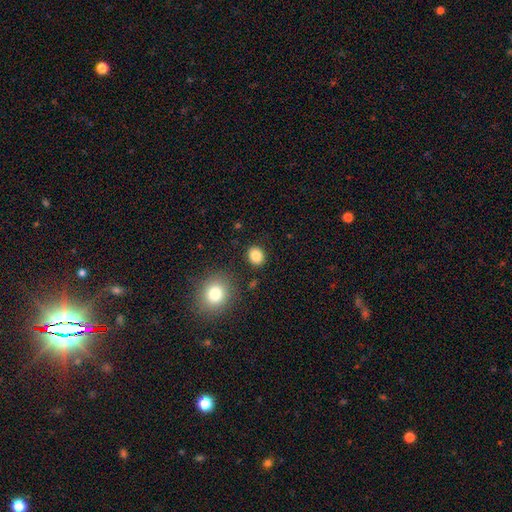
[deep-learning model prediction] Smooth or featured? smooth (85%)
How rounded? round (64%)
Merging? none (86%)